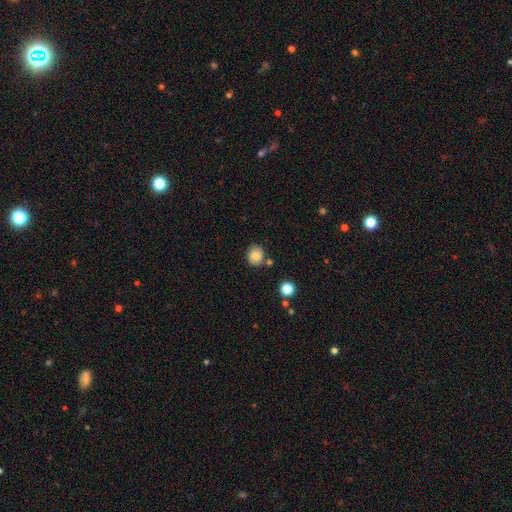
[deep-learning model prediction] Morphology: type=smooth (80%); roundness=round (75%); merging=none (76%).